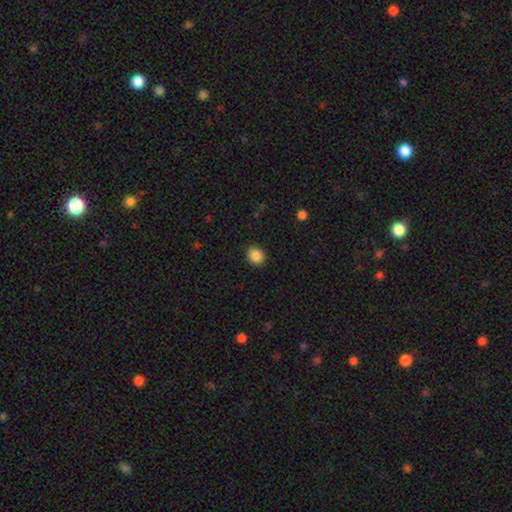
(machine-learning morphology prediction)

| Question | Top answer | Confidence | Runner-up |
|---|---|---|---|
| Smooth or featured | smooth | 87% | star or artifact (9%) |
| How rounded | round | 70% | in between (29%) |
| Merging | none | 91% | minor disturbance (6%) |